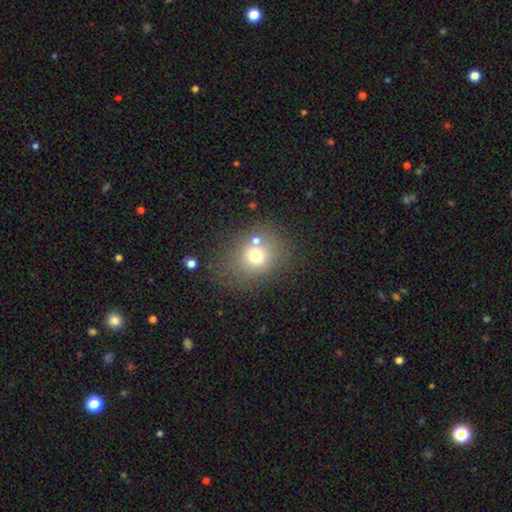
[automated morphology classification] smooth_or_featured: smooth (p=0.68) [alt: star or artifact p=0.16]
how_rounded: round (p=0.68) [alt: in between p=0.31]
merging: none (p=0.65) [alt: merger p=0.15]